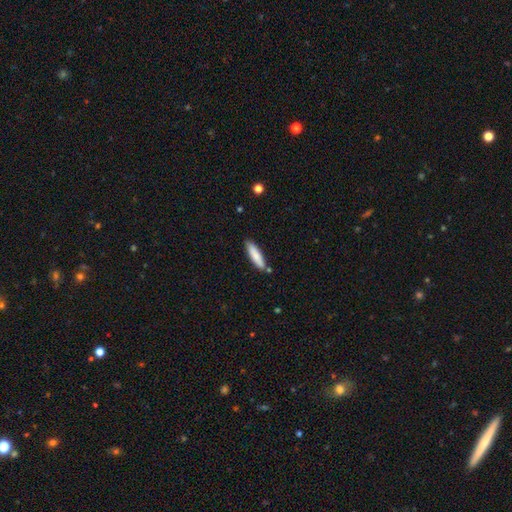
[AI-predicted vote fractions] smooth-or-featured: smooth: 82% | featured or disk: 12% | star or artifact: 6%
  how-rounded: cigar-shaped: 77% | in between: 22% | round: 1%
  merging: none: 82% | minor disturbance: 12% | merger: 4% | major disturbance: 2%